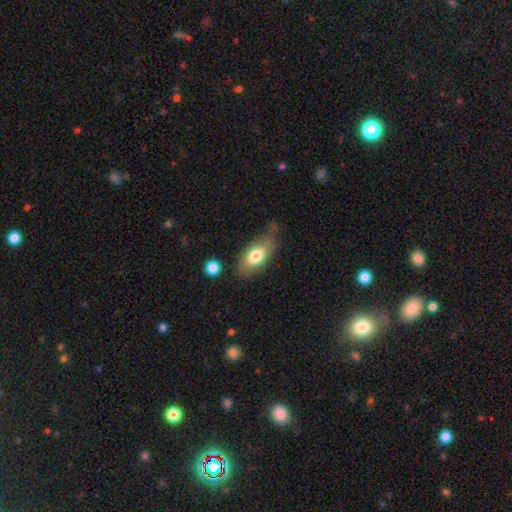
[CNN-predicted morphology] smooth-or-featured: smooth: 73% | featured or disk: 21% | star or artifact: 6%
  how-rounded: in between: 87% | cigar-shaped: 9% | round: 4%
  merging: none: 60% | minor disturbance: 25% | major disturbance: 9% | merger: 5%